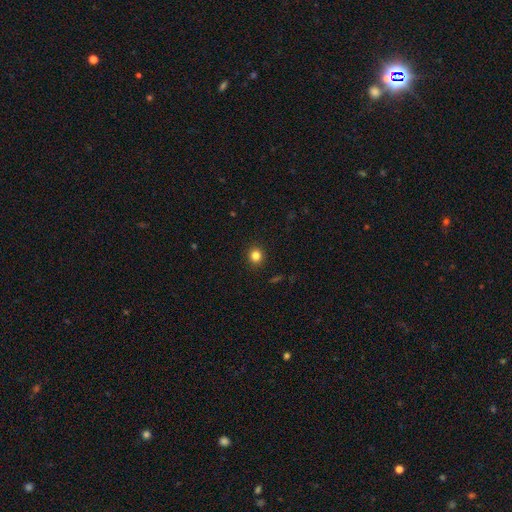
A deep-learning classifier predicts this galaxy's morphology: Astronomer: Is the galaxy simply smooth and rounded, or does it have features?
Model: smooth — 83%.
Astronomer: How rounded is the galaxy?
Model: round — 90%.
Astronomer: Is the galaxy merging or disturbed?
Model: none — 92%.